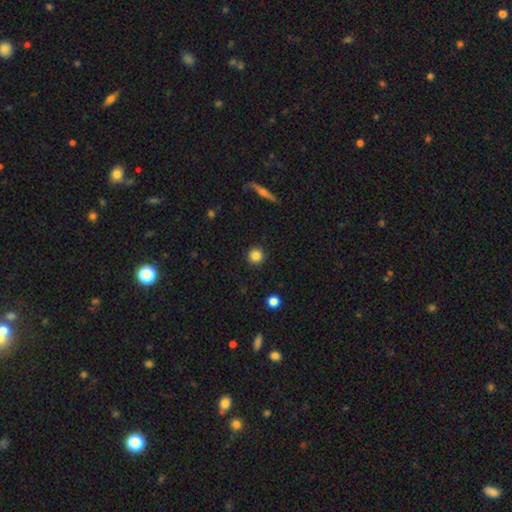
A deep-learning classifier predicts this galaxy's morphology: Smooth or featured?
  - smooth: 85% *
  - star or artifact: 10%
  - featured or disk: 5%
How rounded?
  - round: 95% *
  - in between: 4%
  - cigar-shaped: 1%
Merging?
  - none: 92% *
  - minor disturbance: 5%
  - major disturbance: 2%
  - merger: 1%